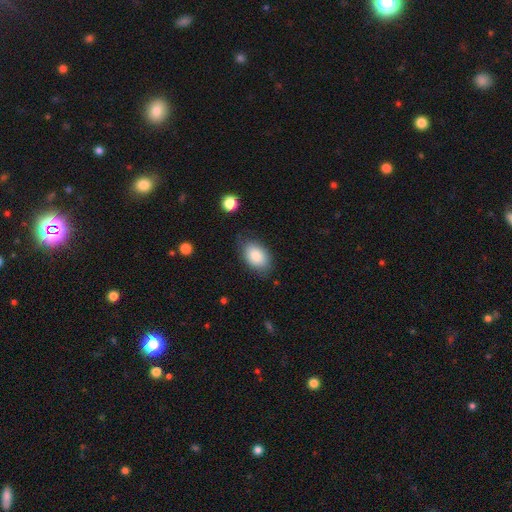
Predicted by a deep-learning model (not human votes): smooth 84%, featured or disk 9%, star or artifact 7%. Down the decision tree: how rounded — in between (88%); merging — none (74%).